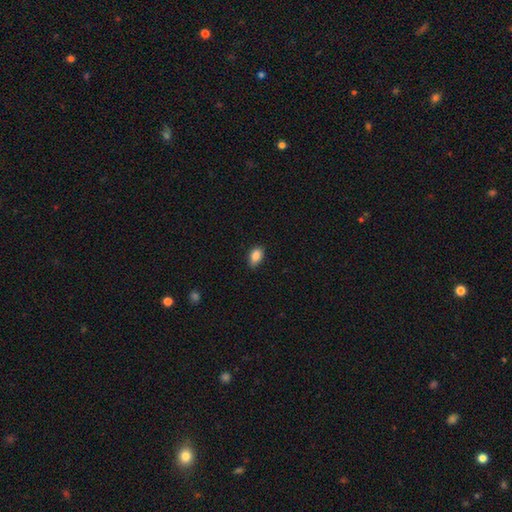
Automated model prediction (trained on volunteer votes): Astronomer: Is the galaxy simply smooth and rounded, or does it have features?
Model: smooth — 87%.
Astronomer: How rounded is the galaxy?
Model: in between — 88%.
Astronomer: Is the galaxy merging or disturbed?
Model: none — 79%.